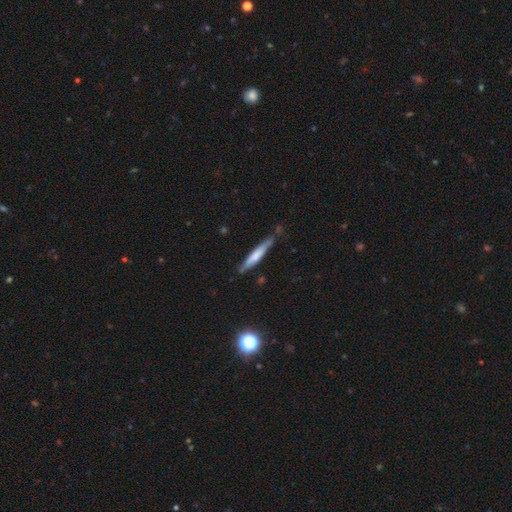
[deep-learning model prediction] Q: Smooth or featured?
A: smooth (55%); runner-up: featured or disk (39%)
Q: How rounded?
A: cigar-shaped (93%); runner-up: in between (6%)
Q: Merging?
A: none (73%); runner-up: minor disturbance (20%)